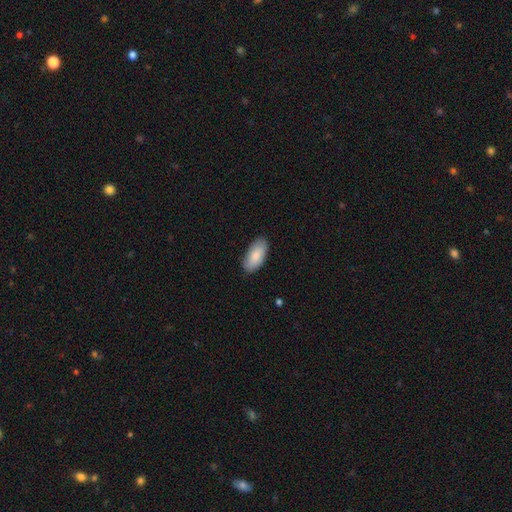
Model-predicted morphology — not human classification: A smooth galaxy with no disk features (83%) that is in between round and cigar-shaped (92%).

Vote fractions:
- Smooth or featured? smooth: 83% / featured or disk: 11% / star or artifact: 6%
- How rounded? in between: 92% / cigar-shaped: 6% / round: 2%
- Merging? none: 83% / minor disturbance: 14% / major disturbance: 2% / merger: 1%